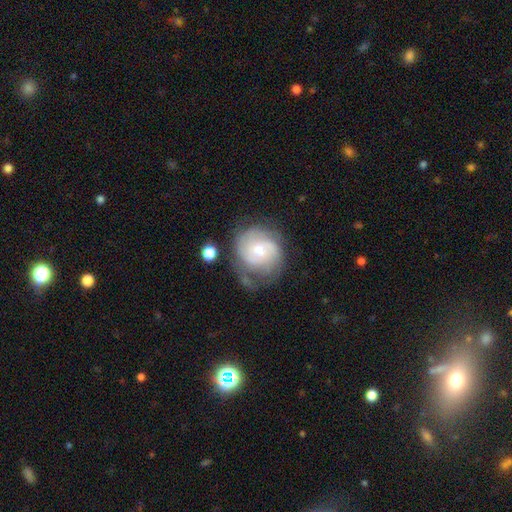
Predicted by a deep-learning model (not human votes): Smooth or featured? featured or disk (71%)
Edge-on disk? no (97%)
Bar? no (75%)
Spiral arms? yes (86%)
Spiral winding? tight (63%)
Spiral arm count? can't tell (38%)
Bulge size? moderate (63%)
Merging? none (57%)